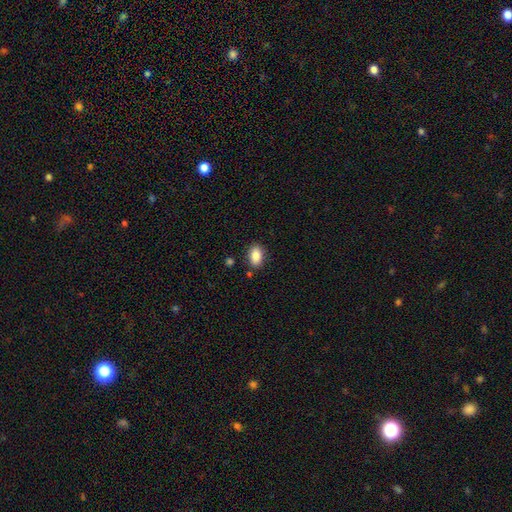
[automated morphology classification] A smooth galaxy with no disk features (86%) that is in between round and cigar-shaped (89%).

Vote fractions:
- Smooth or featured? smooth: 86% / star or artifact: 8% / featured or disk: 6%
- How rounded? in between: 89% / round: 9% / cigar-shaped: 2%
- Merging? none: 84% / minor disturbance: 10% / merger: 3% / major disturbance: 2%